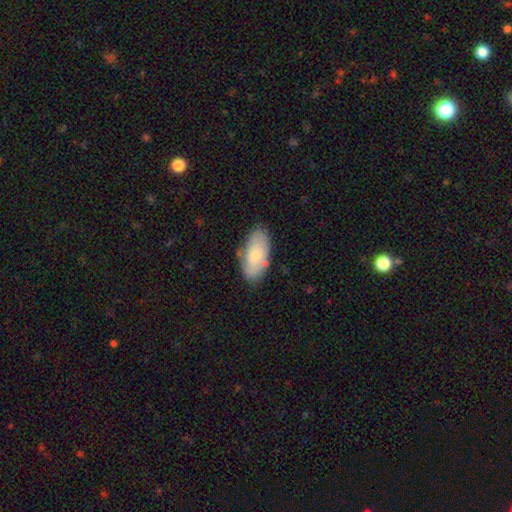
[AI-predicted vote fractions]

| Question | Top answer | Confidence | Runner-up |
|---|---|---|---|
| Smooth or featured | smooth | 70% | featured or disk (24%) |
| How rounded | in between | 94% | cigar-shaped (4%) |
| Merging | none | 75% | minor disturbance (18%) |